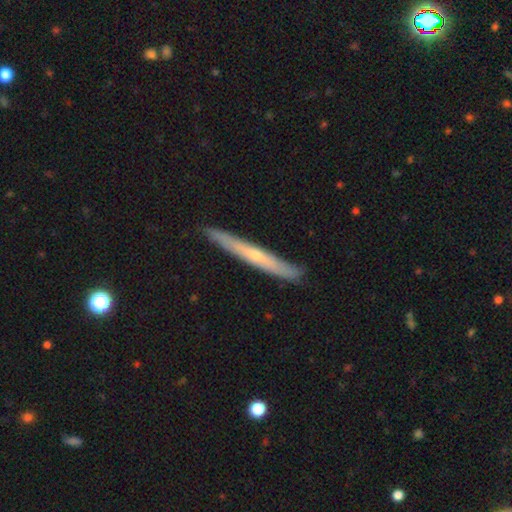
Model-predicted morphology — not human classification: This appears to be a featured or disk galaxy (54%) viewed edge-on (92%). Merging: none (88%).